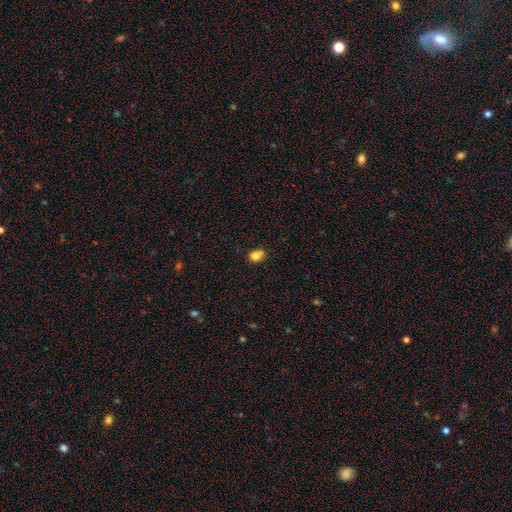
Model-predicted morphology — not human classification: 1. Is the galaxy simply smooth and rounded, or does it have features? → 79% smooth, 12% star or artifact, 9% featured or disk.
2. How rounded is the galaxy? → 59% round, 40% in between, 1% cigar-shaped.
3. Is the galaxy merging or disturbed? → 52% none, 22% merger, 20% minor disturbance, 6% major disturbance.